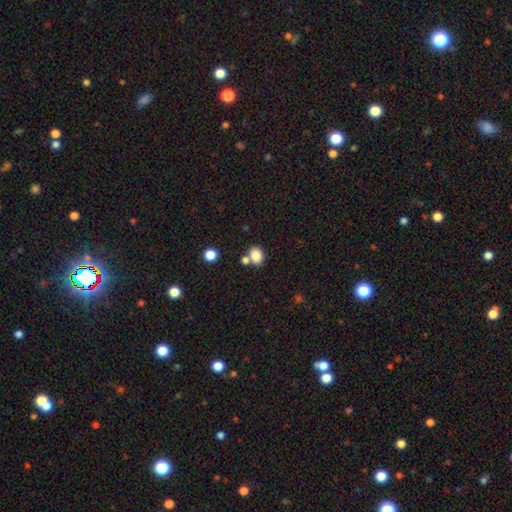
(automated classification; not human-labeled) smooth 84%, star or artifact 10%, featured or disk 6%. Down the decision tree: how rounded — in between (64%); merging — none (60%).